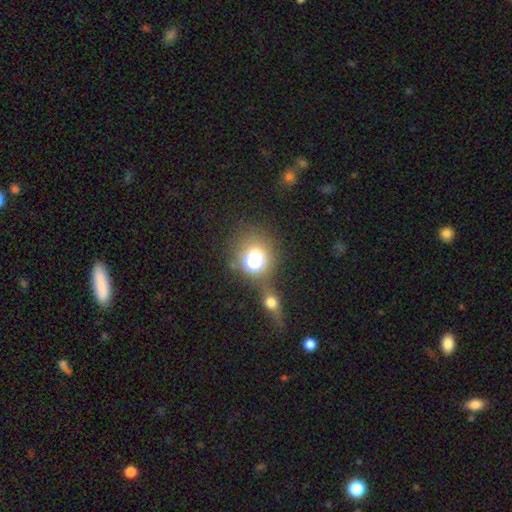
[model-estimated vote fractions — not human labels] Smooth or featured? smooth (47%)
Merging? none (59%)